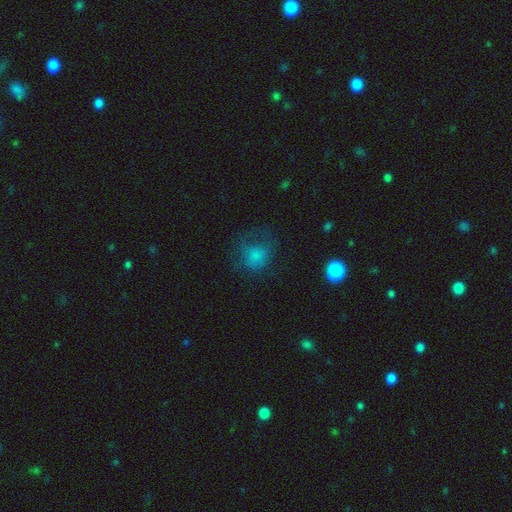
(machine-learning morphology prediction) A smooth galaxy with no disk features (71%) that is round (71%).

Vote fractions:
- Smooth or featured? smooth: 71% / star or artifact: 15% / featured or disk: 14%
- How rounded? round: 71% / in between: 28% / cigar-shaped: 1%
- Merging? none: 44% / major disturbance: 31% / minor disturbance: 23% / merger: 2%